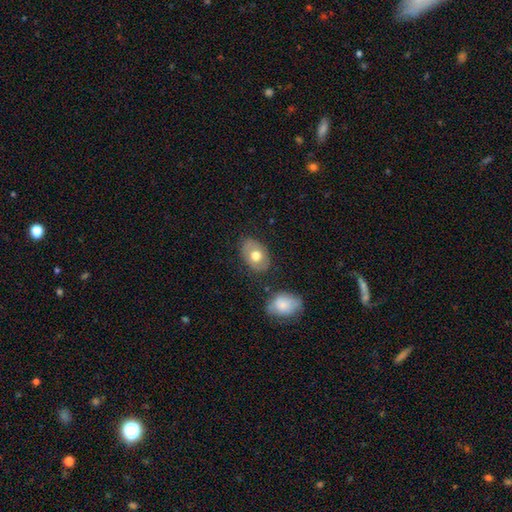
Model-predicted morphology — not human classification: This appears to be a smooth galaxy with no disk features (67%) that is in between round and cigar-shaped (79%). Merging: none (77%).